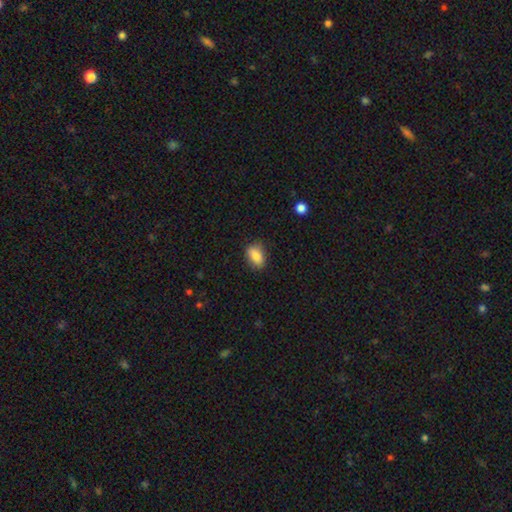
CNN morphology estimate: The model was most divided on "merging": none: 80%, minor disturbance: 16%, major disturbance: 3%, merger: 1%. More confident: smooth or featured — smooth (84%); how rounded — in between (83%).